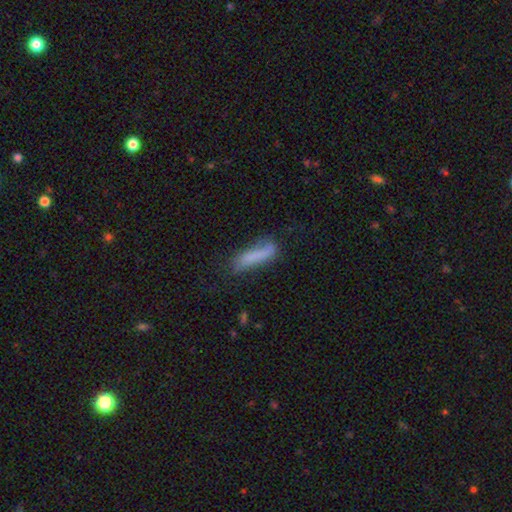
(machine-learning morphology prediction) type=smooth (73%); roundness=cigar-shaped (76%); merging=none (57%).